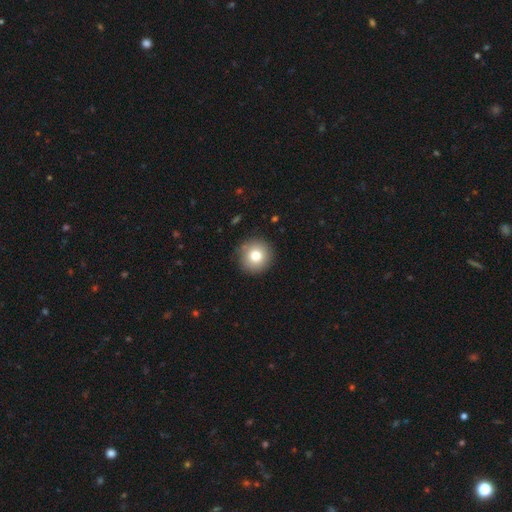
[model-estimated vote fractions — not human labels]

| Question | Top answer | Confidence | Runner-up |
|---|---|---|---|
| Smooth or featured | smooth | 78% | featured or disk (12%) |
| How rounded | round | 94% | in between (5%) |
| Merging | none | 89% | minor disturbance (8%) |